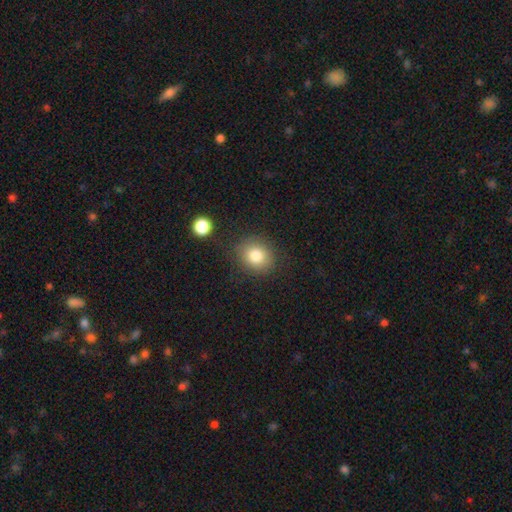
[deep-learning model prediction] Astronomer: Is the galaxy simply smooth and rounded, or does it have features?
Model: smooth — 81%.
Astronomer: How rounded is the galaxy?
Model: round — 72%.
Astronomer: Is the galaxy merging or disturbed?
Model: none — 83%.